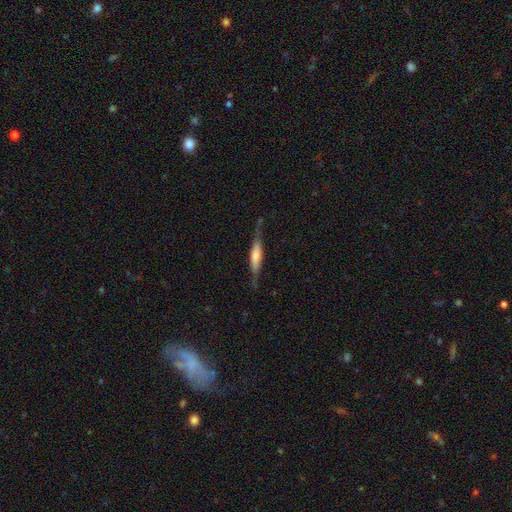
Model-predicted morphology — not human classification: featured or disk 50%, smooth 44%, star or artifact 6%. Down the decision tree: edge-on disk — yes (91%); merging — none (71%).